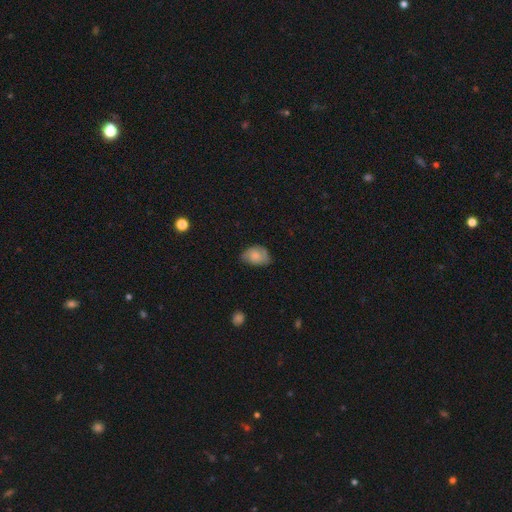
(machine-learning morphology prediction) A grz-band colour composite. It shows a smooth galaxy with no disk features (63%) that is in between round and cigar-shaped (80%). Merging: none (58%).